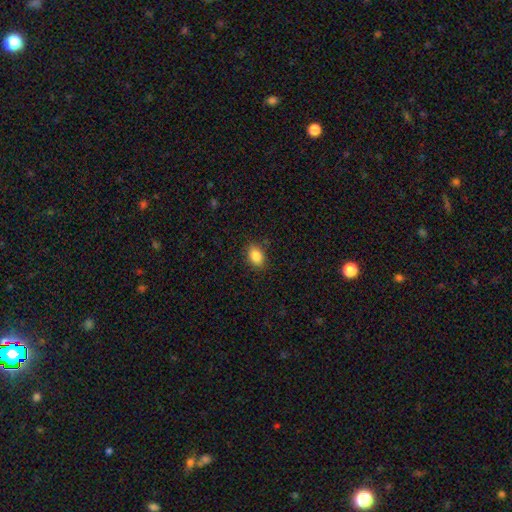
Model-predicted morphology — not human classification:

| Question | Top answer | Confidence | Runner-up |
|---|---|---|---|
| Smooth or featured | smooth | 86% | star or artifact (9%) |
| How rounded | in between | 79% | round (19%) |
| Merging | none | 87% | minor disturbance (10%) |